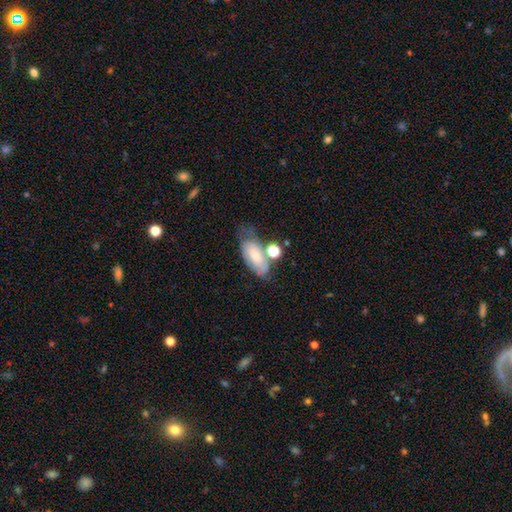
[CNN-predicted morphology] type=smooth (53%); roundness=in between (85%); merging=none (38%).